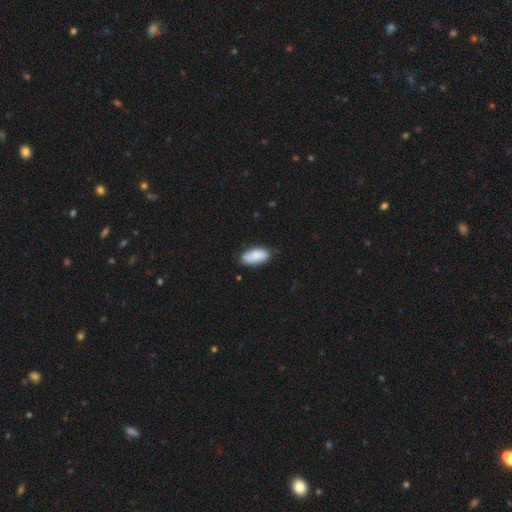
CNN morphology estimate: Smooth or featured? Predicted: smooth (p=0.80). How rounded? Predicted: in between (p=0.92). Merging? Predicted: none (p=0.72).